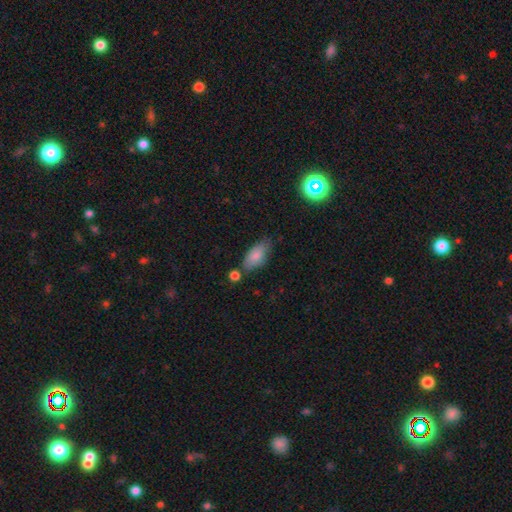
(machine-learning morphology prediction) Overall: smooth (83%). How rounded: in between (88%). Merging: none (64%).